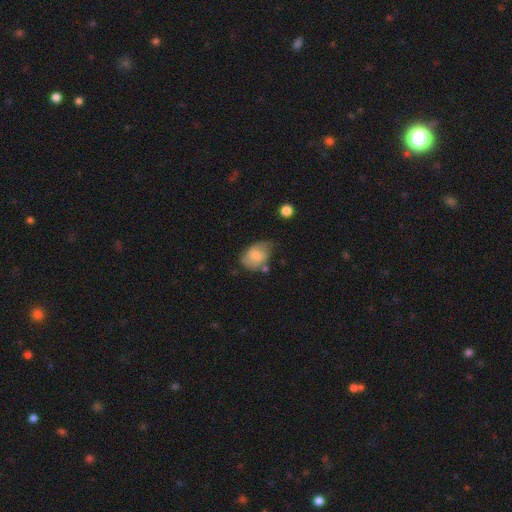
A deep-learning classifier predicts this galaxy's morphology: Smooth or featured? smooth (69%)
How rounded? in between (74%)
Merging? none (41%)